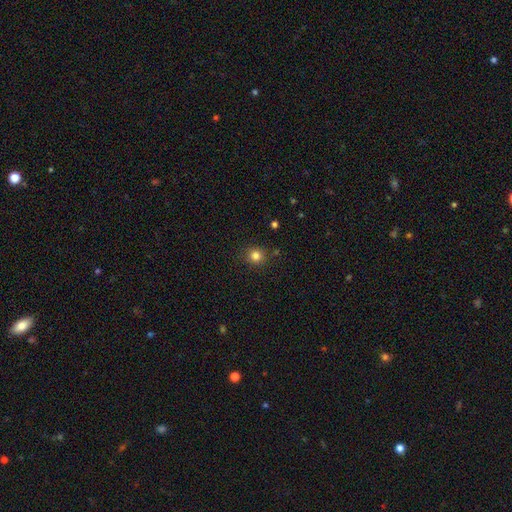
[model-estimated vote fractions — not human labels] This appears to be a smooth galaxy with no disk features (82%) that is round (89%). Merging: none (88%).